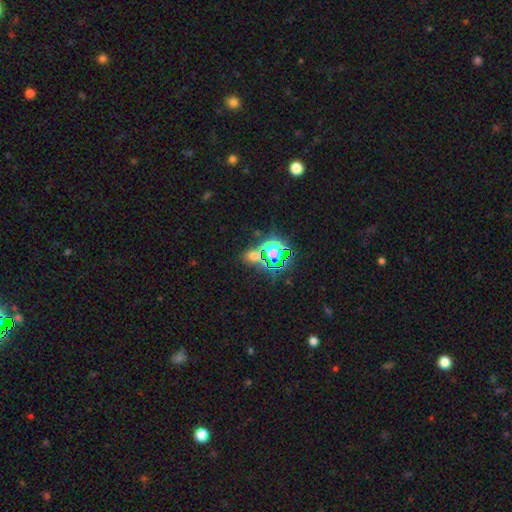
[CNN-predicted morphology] This appears to be a star or artifact, not a galaxy (60%).